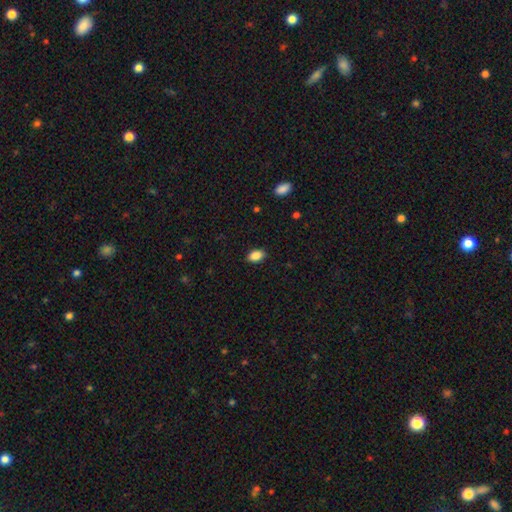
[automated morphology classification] Smooth or featured?
  - smooth: 87% *
  - star or artifact: 9%
  - featured or disk: 4%
How rounded?
  - in between: 89% *
  - round: 9%
  - cigar-shaped: 2%
Merging?
  - none: 88% *
  - minor disturbance: 9%
  - major disturbance: 2%
  - merger: 1%